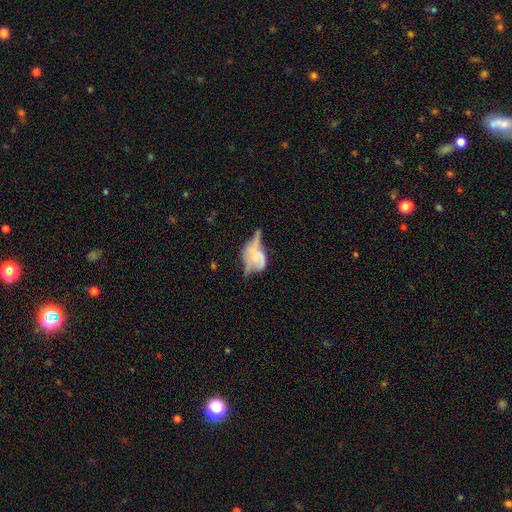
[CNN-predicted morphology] This is possibly a featured or disk galaxy (54%). It is likely not viewed edge-on (60%). Merging: marginally major disturbance (28%).